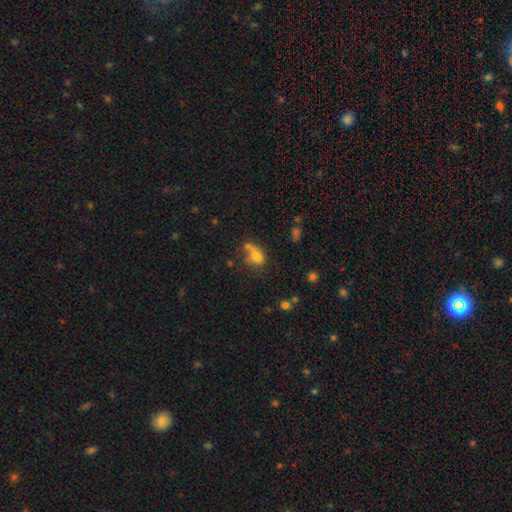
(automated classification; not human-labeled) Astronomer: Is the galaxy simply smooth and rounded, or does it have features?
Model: smooth — 62%.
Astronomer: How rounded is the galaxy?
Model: in between — 74%.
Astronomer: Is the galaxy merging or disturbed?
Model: merger — 35% (runner-up: none, 29%).